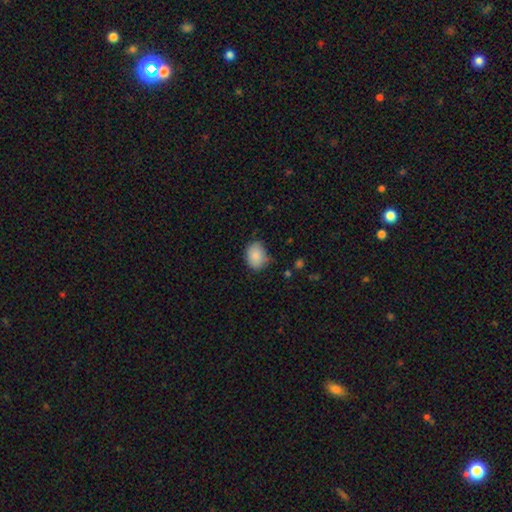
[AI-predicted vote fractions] Morphology: type=smooth (87%); roundness=in between (60%); merging=none (69%).